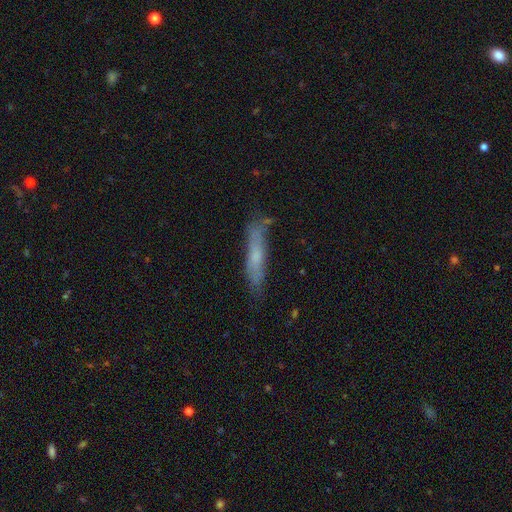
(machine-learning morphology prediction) smooth 55%, featured or disk 37%, star or artifact 8%. Down the decision tree: how rounded — cigar-shaped (88%); merging — none (70%).